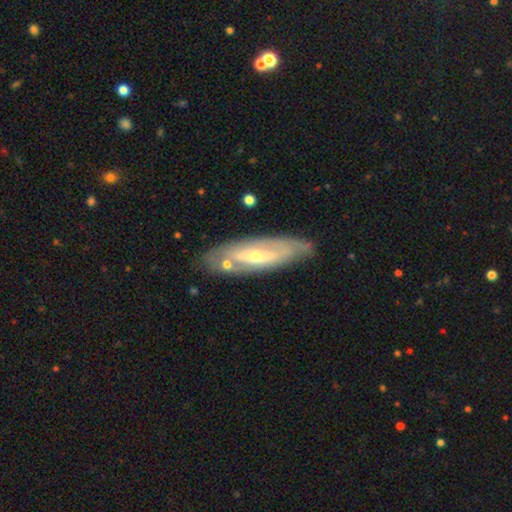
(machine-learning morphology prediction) type=featured or disk (71%); edge-on=no (69%); merging=none (75%).